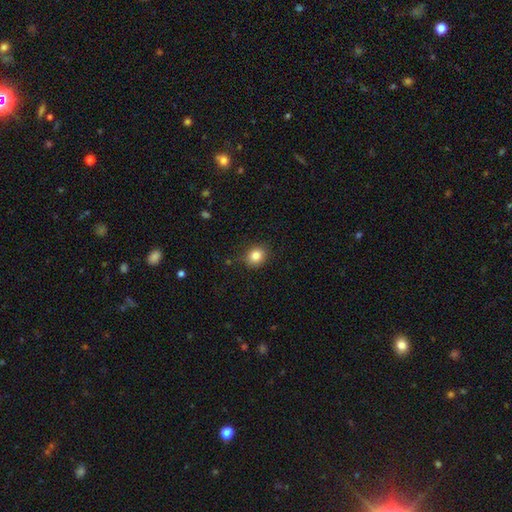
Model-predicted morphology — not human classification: A smooth galaxy with no disk features (84%) that is round (63%).

Vote fractions:
- Smooth or featured? smooth: 84% / star or artifact: 10% / featured or disk: 6%
- How rounded? round: 63% / in between: 36% / cigar-shaped: 1%
- Merging? none: 86% / minor disturbance: 10% / major disturbance: 3% / merger: 1%